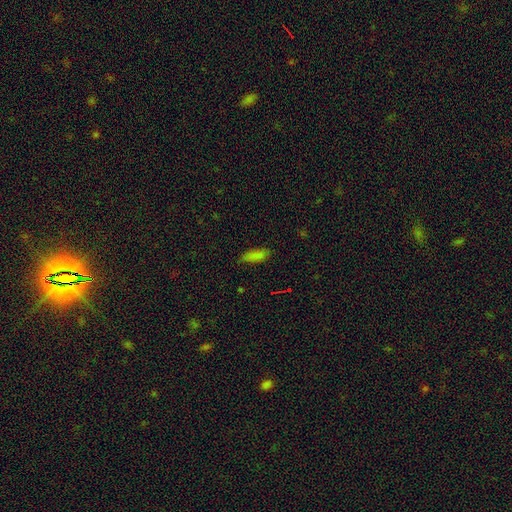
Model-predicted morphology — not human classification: Smooth or featured? smooth (81%)
How rounded? in between (70%)
Merging? none (77%)